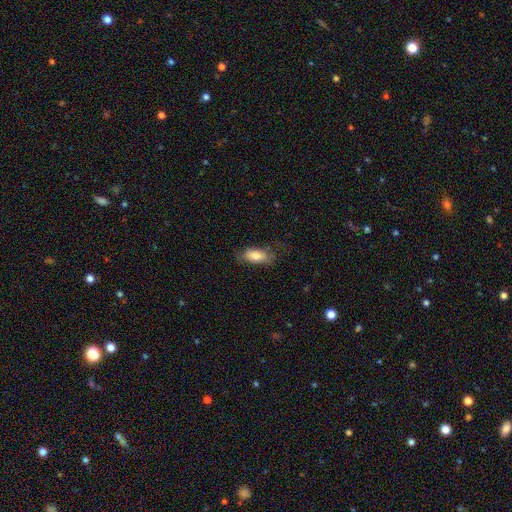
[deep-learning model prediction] The model was most divided on "merging": none: 65%, minor disturbance: 23%, major disturbance: 10%, merger: 1%. More confident: how rounded — in between (85%); smooth or featured — smooth (78%).